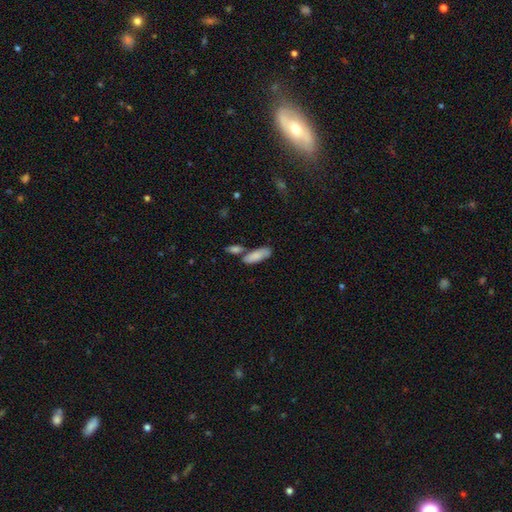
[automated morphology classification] Smooth or featured? smooth (80%)
How rounded? in between (70%)
Merging? none (52%)